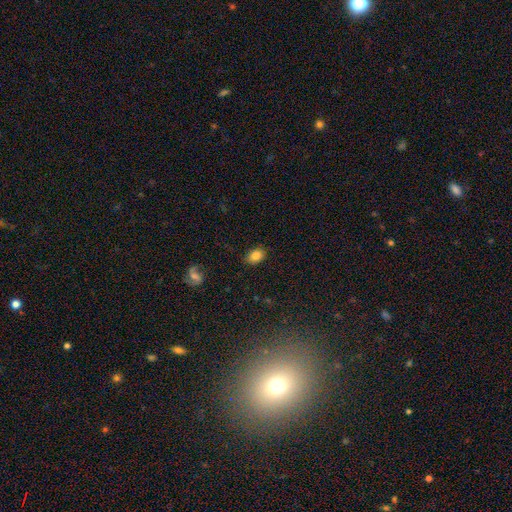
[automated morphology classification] Q: Smooth or featured?
A: smooth (83%); runner-up: star or artifact (9%)
Q: How rounded?
A: in between (75%); runner-up: round (23%)
Q: Merging?
A: none (85%); runner-up: minor disturbance (11%)